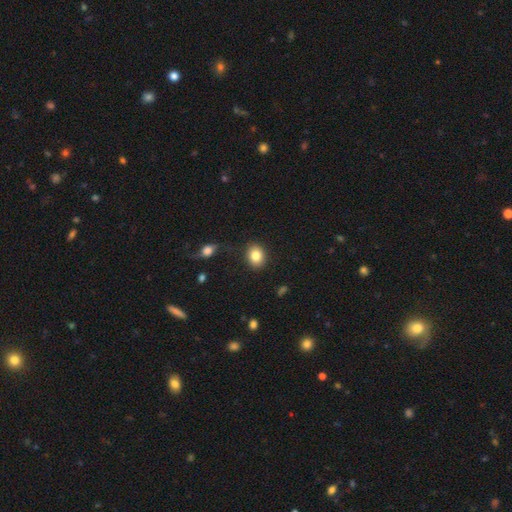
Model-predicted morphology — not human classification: smooth 83%, star or artifact 9%, featured or disk 8%. Down the decision tree: how rounded — round (56%); merging — none (87%).